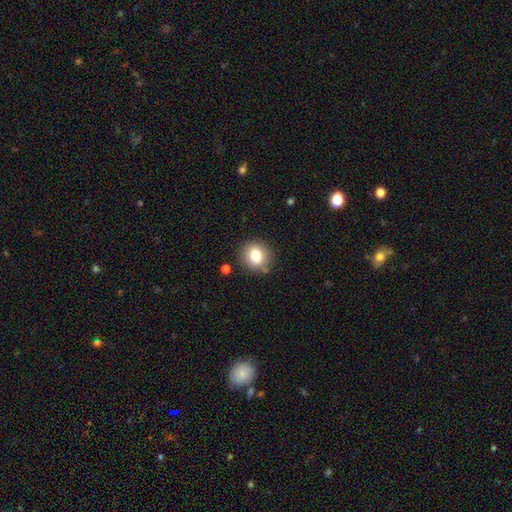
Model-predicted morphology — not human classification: smooth-or-featured: smooth: 79% | featured or disk: 11% | star or artifact: 10%
  how-rounded: round: 78% | in between: 21% | cigar-shaped: 1%
  merging: none: 83% | minor disturbance: 11% | merger: 3% | major disturbance: 3%